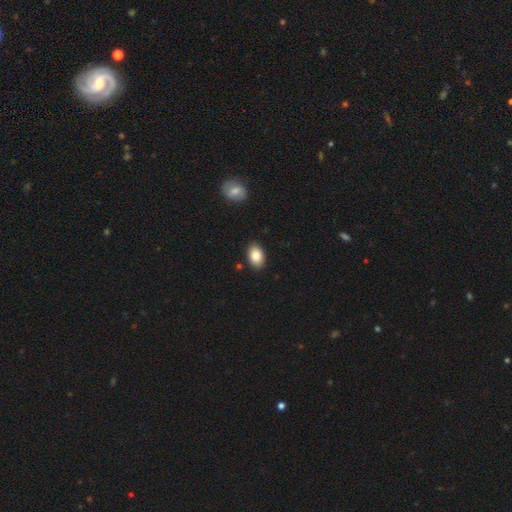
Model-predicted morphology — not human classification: smooth-or-featured: smooth: 86% | star or artifact: 7% | featured or disk: 7%
  how-rounded: in between: 90% | round: 9% | cigar-shaped: 1%
  merging: none: 88% | minor disturbance: 8% | major disturbance: 2% | merger: 2%